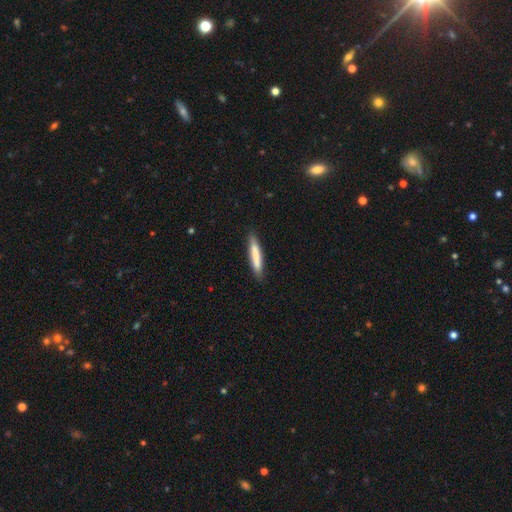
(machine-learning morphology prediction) The model was most divided on "smooth or featured": smooth: 80%, featured or disk: 15%, star or artifact: 6%. More confident: how rounded — cigar-shaped (91%); merging — none (88%).